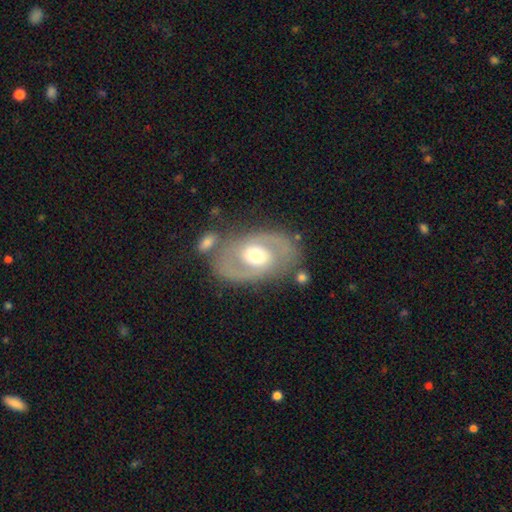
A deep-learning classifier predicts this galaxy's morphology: This is likely a featured or disk galaxy (77%). It is clearly not viewed edge-on (95%). Bar: possibly no (57%). Spiral arm pattern: likely yes (78%). Spiral arm count: clearly 2 (84%). Spiral winding: possibly medium (46%). Central bulge: likely moderate (71%). Merging: likely none (72%).